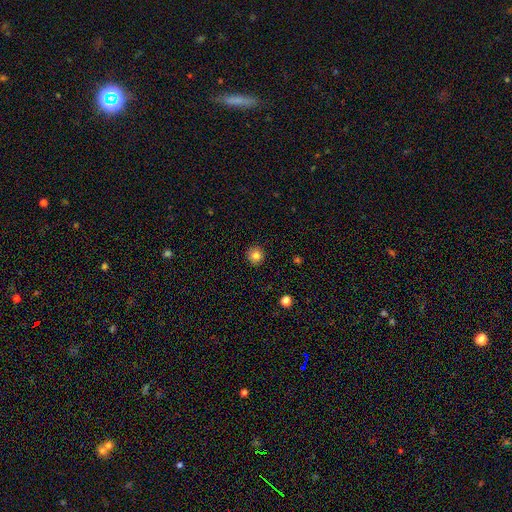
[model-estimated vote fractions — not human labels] Morphology: type=smooth (82%); roundness=round (95%); merging=none (92%).